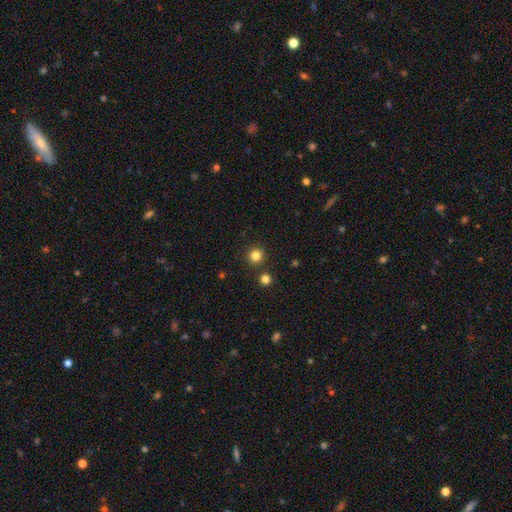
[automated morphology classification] Smooth or featured? smooth (81%)
How rounded? round (95%)
Merging? none (88%)